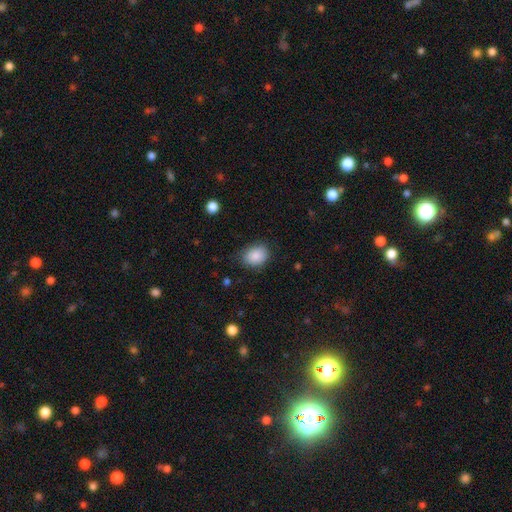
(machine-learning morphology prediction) This is clearly a smooth galaxy (88%). How rounded: likely in between (61%). Merging: likely none (77%).